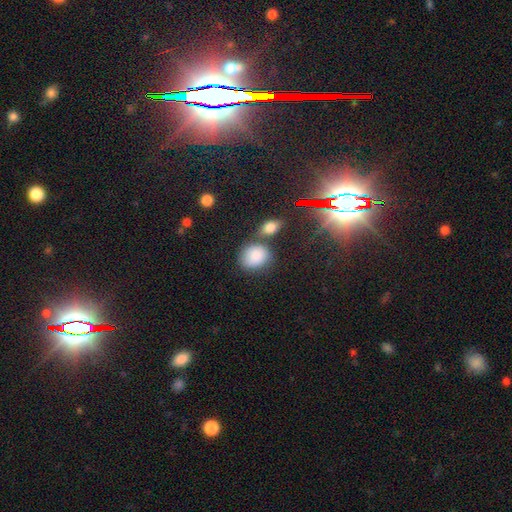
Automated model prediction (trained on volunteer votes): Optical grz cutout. It shows a smooth galaxy with no disk features (81%) that is round (56%). Merging: none (58%).